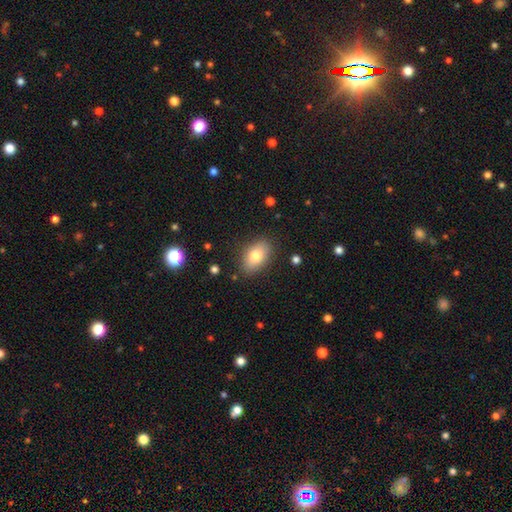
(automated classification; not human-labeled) Smooth or featured: smooth — 76% (featured or disk — 15%)
How rounded: in between — 88% (round — 11%)
Merging: none — 85% (minor disturbance — 11%)